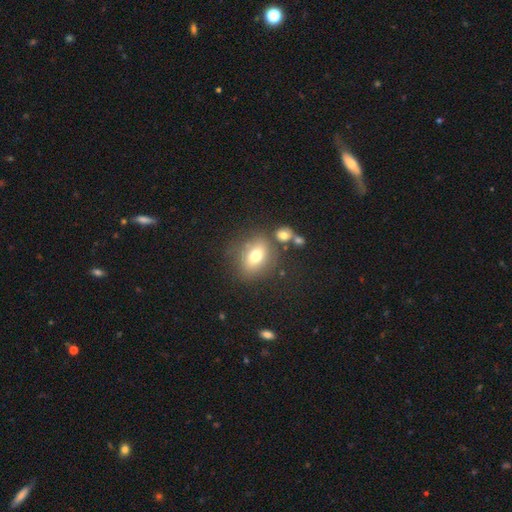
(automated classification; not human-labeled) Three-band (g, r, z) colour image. It shows a smooth galaxy with no disk features (72%) that is in between round and cigar-shaped (63%). Merging: none (68%).